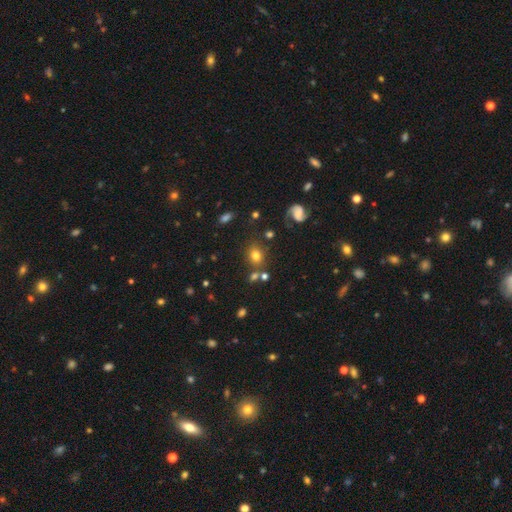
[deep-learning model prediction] This appears to be a smooth galaxy with no disk features (72%) that is round (60%). Merging: none (72%).